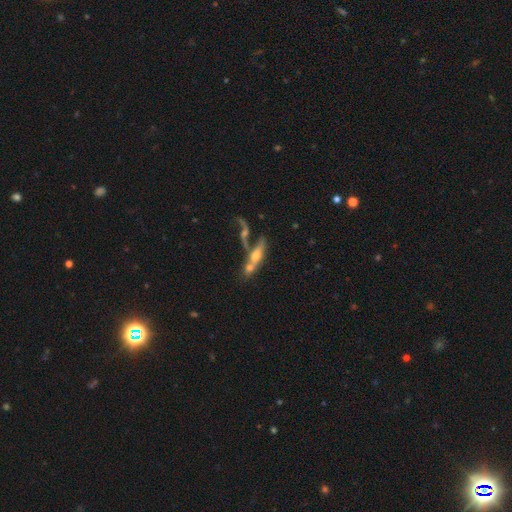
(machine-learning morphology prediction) Q: Smooth or featured?
A: featured or disk (52%); runner-up: smooth (37%)
Q: Edge-on disk?
A: no (52%); runner-up: yes (48%)
Q: Merging?
A: merger (56%); runner-up: none (24%)